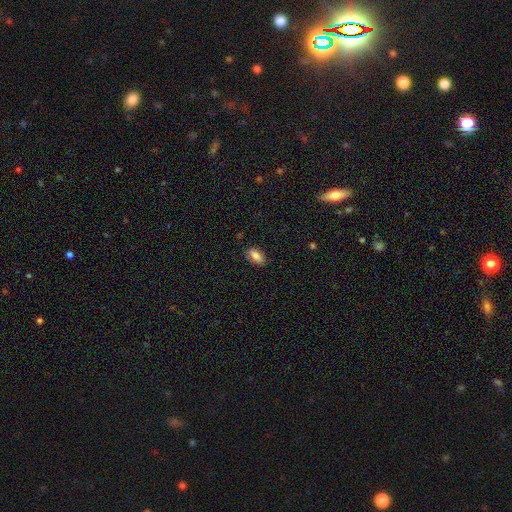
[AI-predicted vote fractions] Smooth or featured? Predicted: smooth (p=0.83). How rounded? Predicted: in between (p=0.89). Merging? Predicted: none (p=0.85).